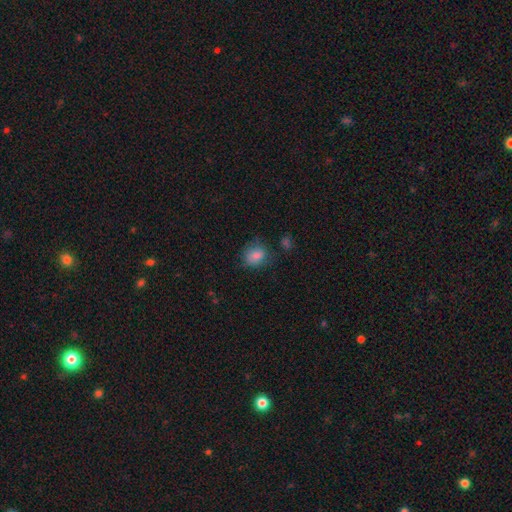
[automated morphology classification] Smooth or featured? smooth (82%)
How rounded? round (55%)
Merging? none (66%)